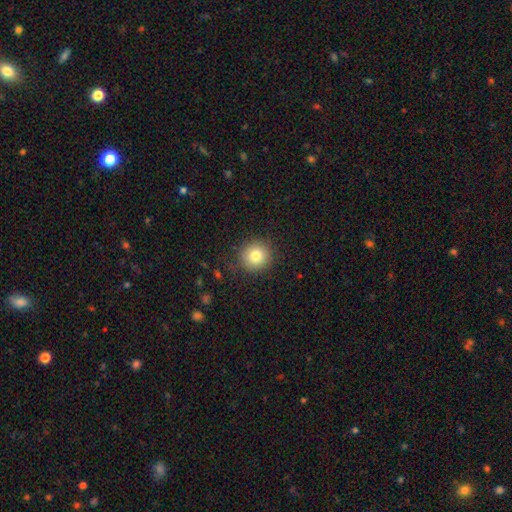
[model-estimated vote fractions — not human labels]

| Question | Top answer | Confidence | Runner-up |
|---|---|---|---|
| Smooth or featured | smooth | 80% | star or artifact (11%) |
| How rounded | round | 91% | in between (8%) |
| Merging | none | 88% | minor disturbance (8%) |